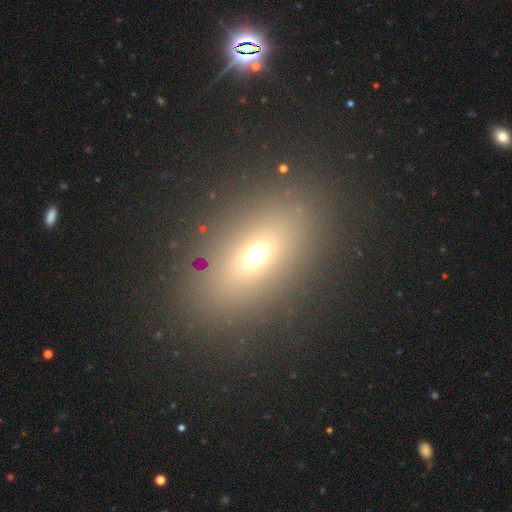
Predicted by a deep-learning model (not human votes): Overall: smooth (62%). How rounded: in between (73%). Merging: none (85%).